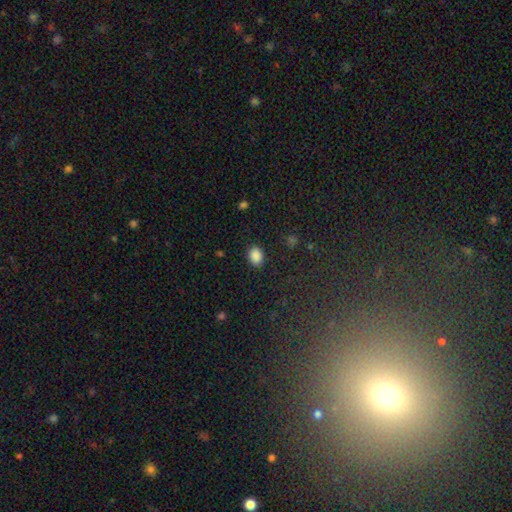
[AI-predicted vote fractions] This is clearly a smooth galaxy (88%). How rounded: likely in between (70%). Merging: clearly none (87%).